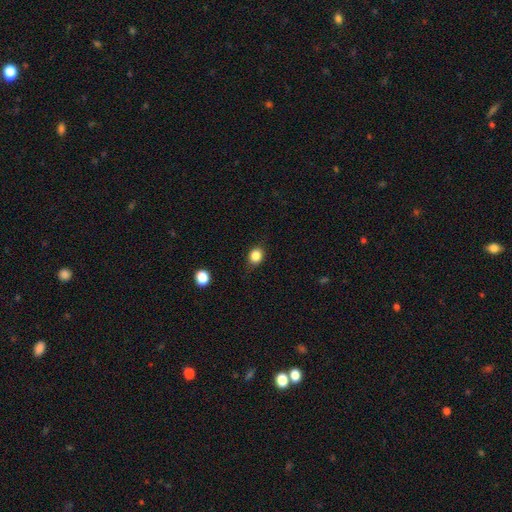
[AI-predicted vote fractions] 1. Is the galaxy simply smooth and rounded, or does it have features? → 84% smooth, 11% star or artifact, 5% featured or disk.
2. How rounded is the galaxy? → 63% round, 36% in between, 1% cigar-shaped.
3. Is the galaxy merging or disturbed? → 80% none, 15% minor disturbance, 4% major disturbance, 1% merger.